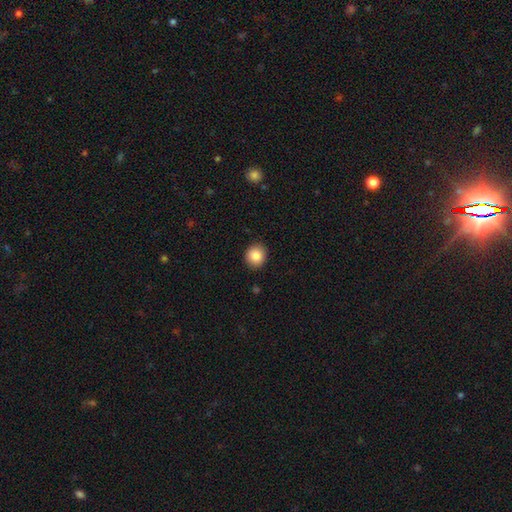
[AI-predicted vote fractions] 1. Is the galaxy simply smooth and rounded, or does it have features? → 87% smooth, 9% star or artifact, 5% featured or disk.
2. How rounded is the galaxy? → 83% round, 16% in between, 1% cigar-shaped.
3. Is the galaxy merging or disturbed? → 90% none, 7% minor disturbance, 2% major disturbance, 1% merger.